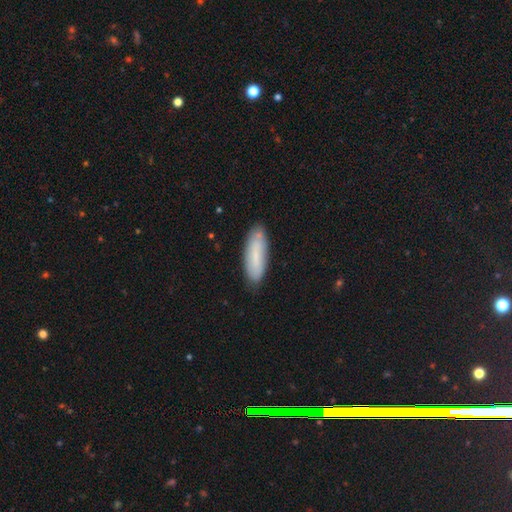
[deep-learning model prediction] A smooth galaxy with no disk features (71%) that is in between round and cigar-shaped (55%). Merging: none (80%).